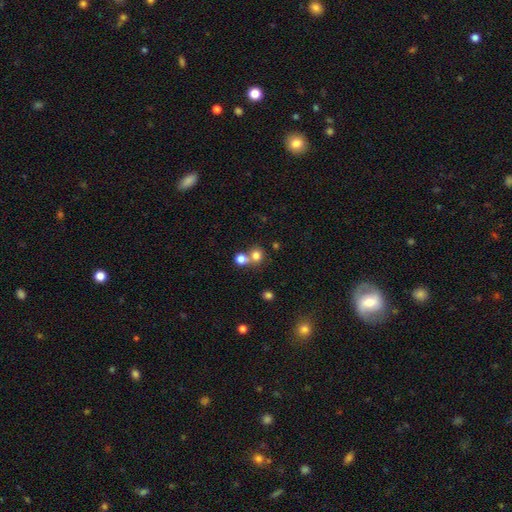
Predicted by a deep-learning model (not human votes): smooth 77%, star or artifact 14%, featured or disk 9%. Down the decision tree: how rounded — round (82%); merging — none (48%).